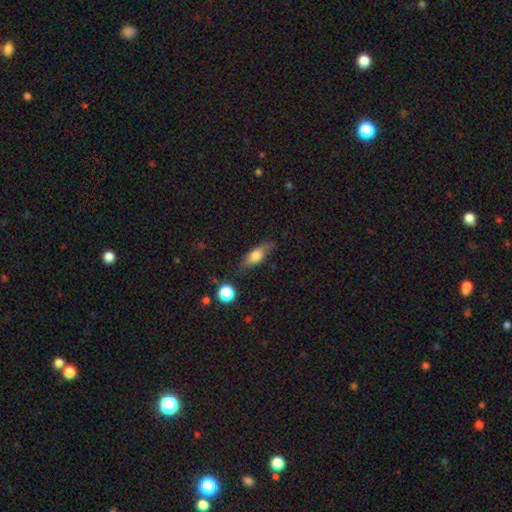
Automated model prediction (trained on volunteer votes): Smooth or featured? Predicted: smooth (p=0.66). How rounded? Predicted: in between (p=0.60). Merging? Predicted: none (p=0.78).